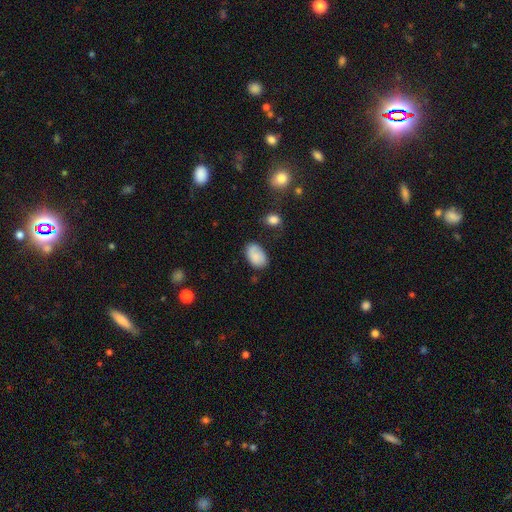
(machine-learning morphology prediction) This is clearly a smooth galaxy (81%). How rounded: clearly in between (90%). Merging: likely none (63%).